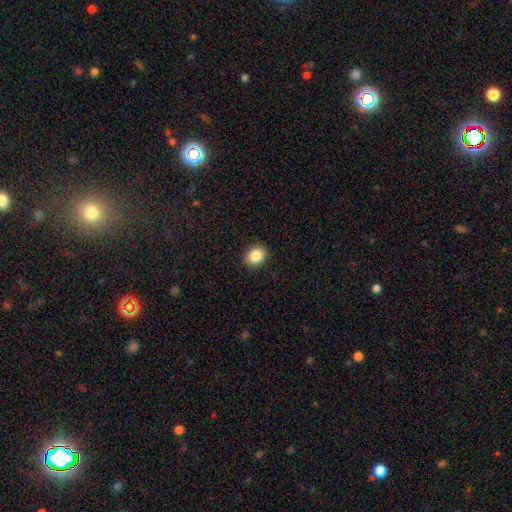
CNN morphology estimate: Smooth or featured? smooth (87%)
How rounded? in between (52%)
Merging? none (90%)